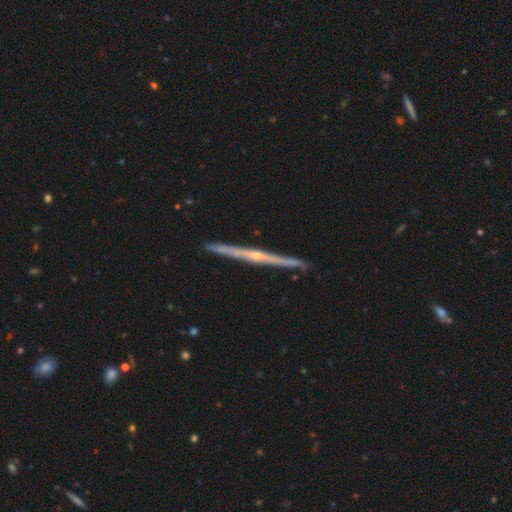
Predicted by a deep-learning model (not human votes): A featured or disk galaxy (83%) viewed edge-on (98%) with a rounded central bulge (63%). Merging: none (92%).